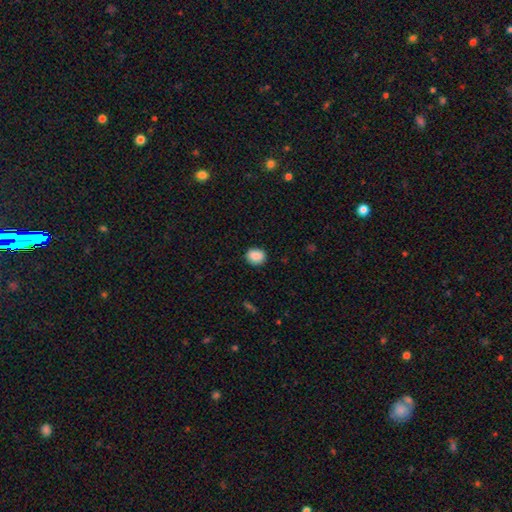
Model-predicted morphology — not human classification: The model was most divided on "how rounded": round: 65%, in between: 34%, cigar-shaped: 1%. More confident: smooth or featured — smooth (88%); merging — none (88%).